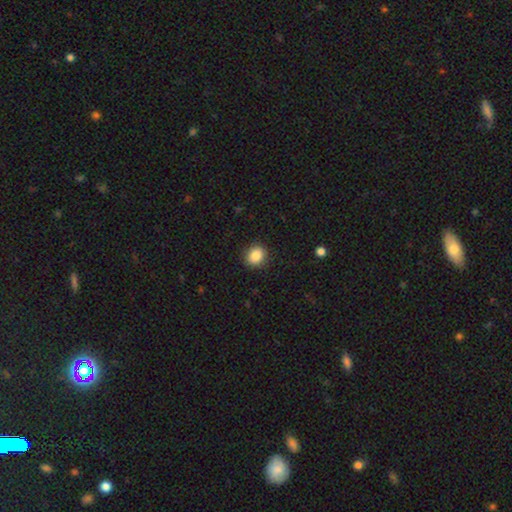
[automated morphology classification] type=smooth (87%); roundness=round (72%); merging=none (89%).